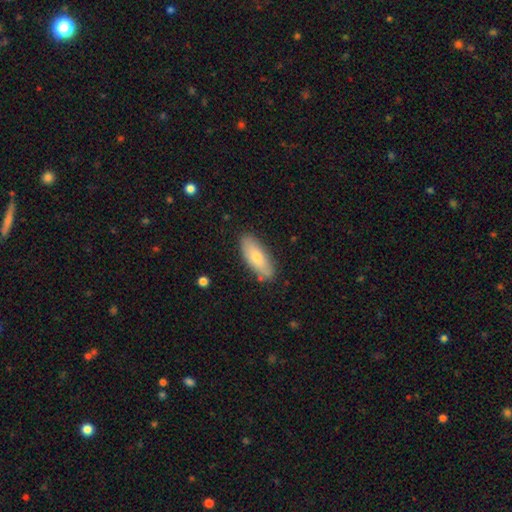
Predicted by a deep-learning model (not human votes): The model was most divided on "smooth or featured": smooth: 69%, featured or disk: 25%, star or artifact: 6%. More confident: merging — none (83%); how rounded — in between (74%).